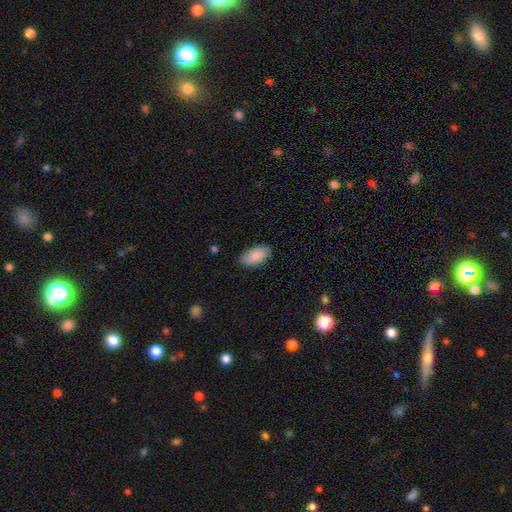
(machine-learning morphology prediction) This is clearly a smooth galaxy (84%). How rounded: clearly in between (95%). Merging: clearly none (82%).